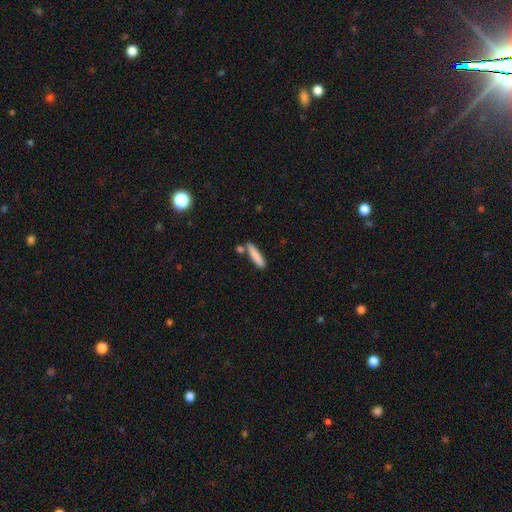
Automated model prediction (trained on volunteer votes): Morphology: type=smooth (83%); roundness=cigar-shaped (83%); merging=none (74%).